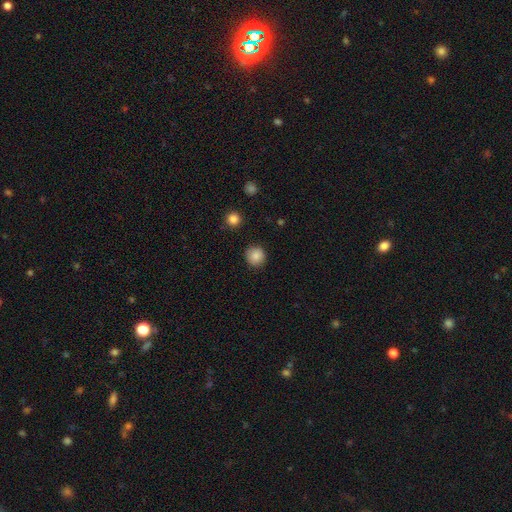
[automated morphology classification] This is clearly a smooth galaxy (87%). How rounded: clearly round (94%). Merging: clearly none (91%).